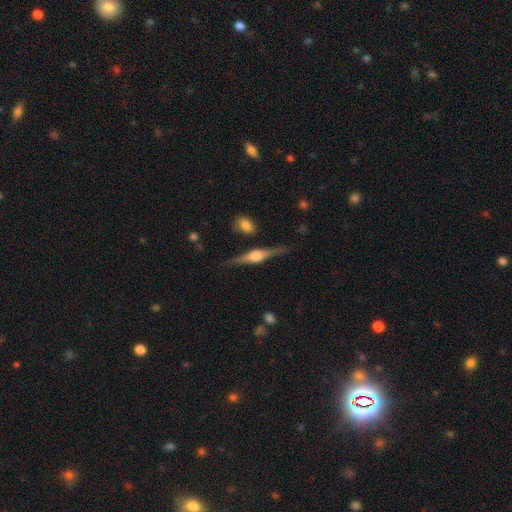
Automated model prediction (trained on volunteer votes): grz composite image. It shows a featured or disk galaxy (81%) viewed edge-on (97%) with a rounded central bulge (85%). Merging: none (83%).